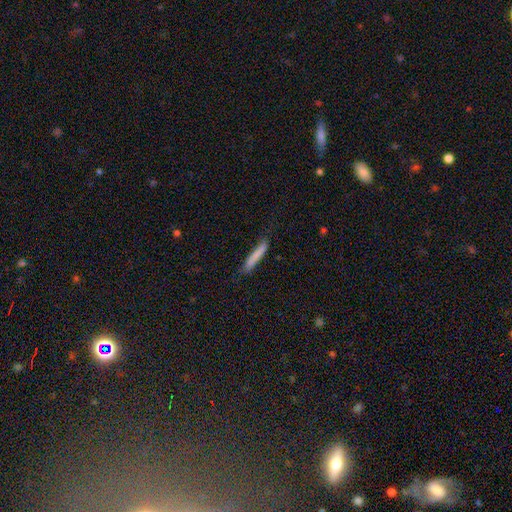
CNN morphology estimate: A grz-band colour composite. It shows a smooth galaxy with no disk features (78%) that is cigar-shaped (93%). Merging: none (76%).